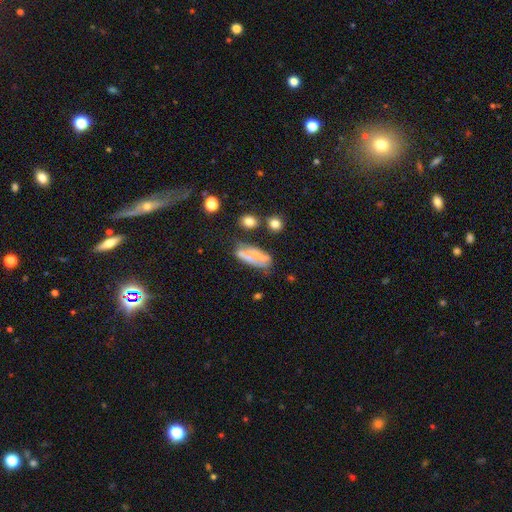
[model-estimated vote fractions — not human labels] This is possibly a smooth galaxy (47%). Merging: marginally none (42%).